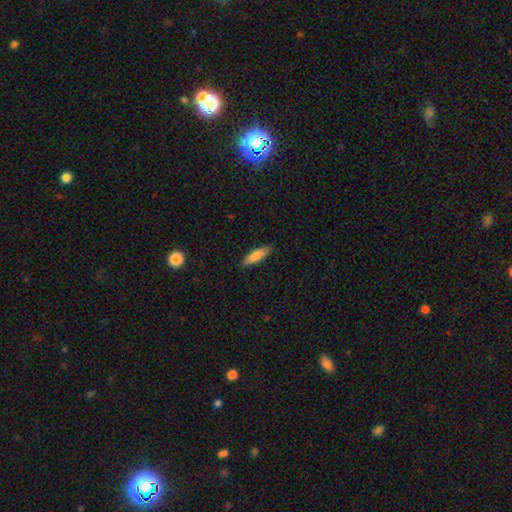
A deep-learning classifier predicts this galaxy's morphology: A smooth galaxy with no disk features (75%) that is cigar-shaped (59%).

Vote fractions:
- Smooth or featured? smooth: 75% / featured or disk: 19% / star or artifact: 6%
- How rounded? cigar-shaped: 59% / in between: 39% / round: 2%
- Merging? none: 88% / minor disturbance: 9% / major disturbance: 2% / merger: 1%